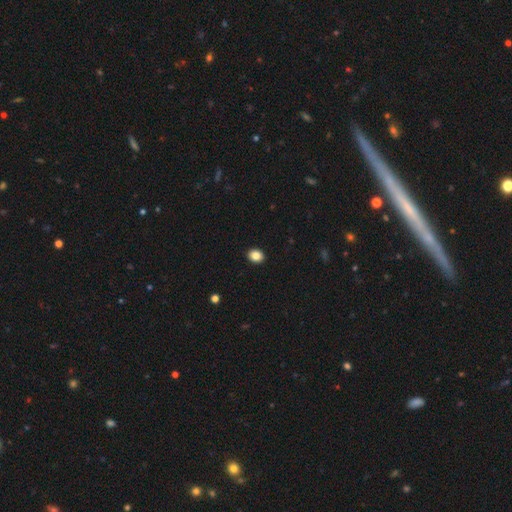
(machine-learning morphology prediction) Smooth or featured?
  - smooth: 86% *
  - star or artifact: 9%
  - featured or disk: 5%
How rounded?
  - in between: 52% *
  - round: 47%
  - cigar-shaped: 1%
Merging?
  - none: 92% *
  - minor disturbance: 6%
  - major disturbance: 2%
  - merger: 1%